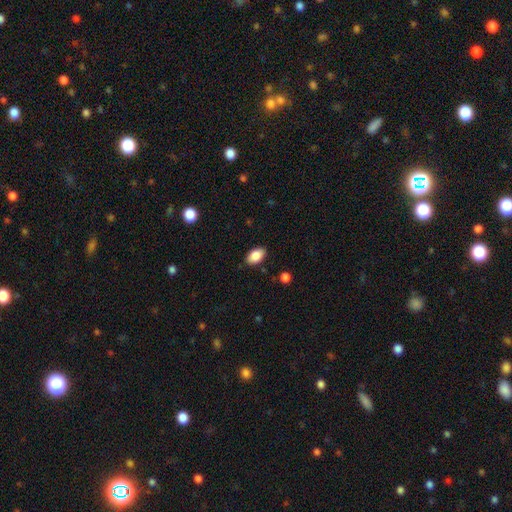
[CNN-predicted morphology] Overall: smooth (86%). How rounded: in between (92%). Merging: none (86%).